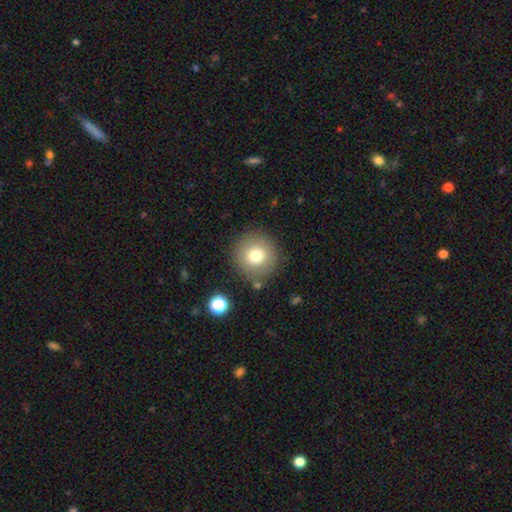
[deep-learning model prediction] The model was most divided on "smooth or featured": smooth: 76%, featured or disk: 13%, star or artifact: 11%. More confident: how rounded — round (95%); merging — none (85%).